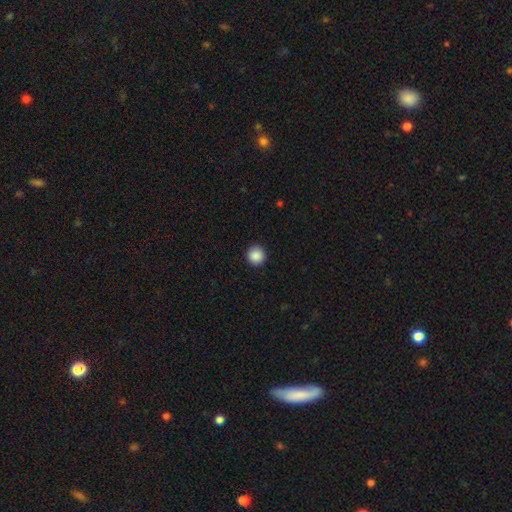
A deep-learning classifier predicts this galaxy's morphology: Smooth or featured: smooth — 89% (star or artifact — 9%)
How rounded: round — 95% (in between — 4%)
Merging: none — 93% (minor disturbance — 5%)